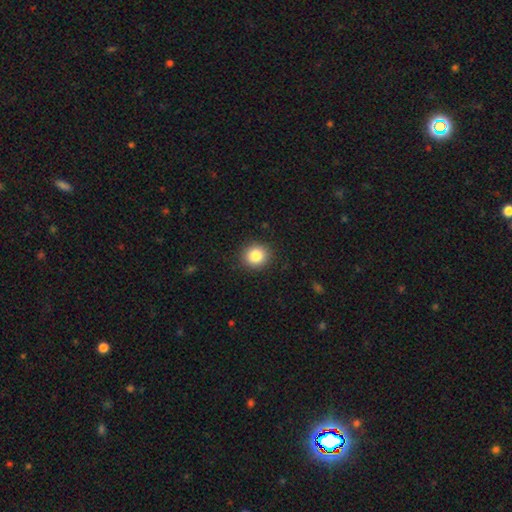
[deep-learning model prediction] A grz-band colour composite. It shows a smooth galaxy with no disk features (84%) that is round (87%). Merging: none (91%).